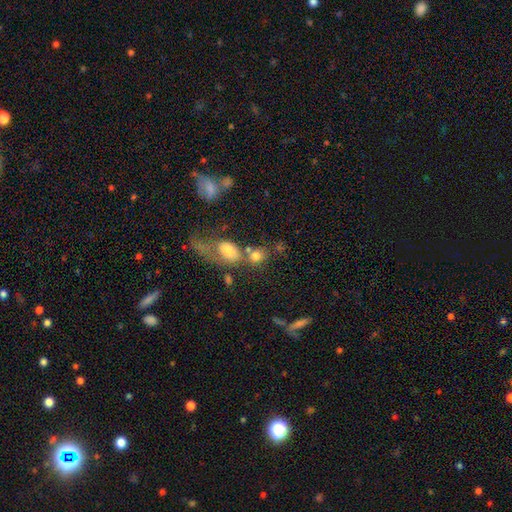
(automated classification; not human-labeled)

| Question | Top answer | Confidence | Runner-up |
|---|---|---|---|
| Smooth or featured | smooth | 78% | star or artifact (12%) |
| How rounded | round | 54% | in between (43%) |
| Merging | none | 44% | merger (36%) |